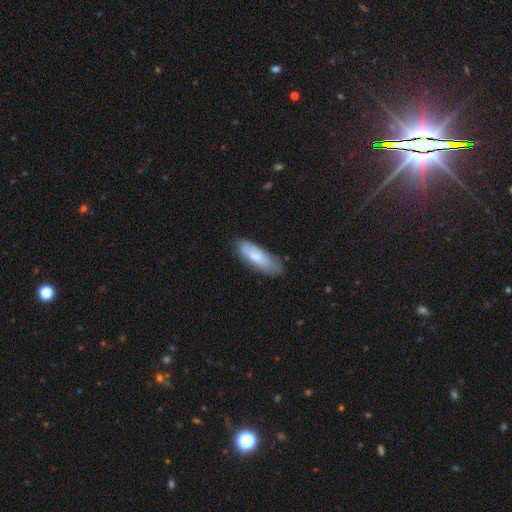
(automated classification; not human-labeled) Overall: smooth (67%). How rounded: in between (63%; cigar-shaped 36%). Merging: none (69%).